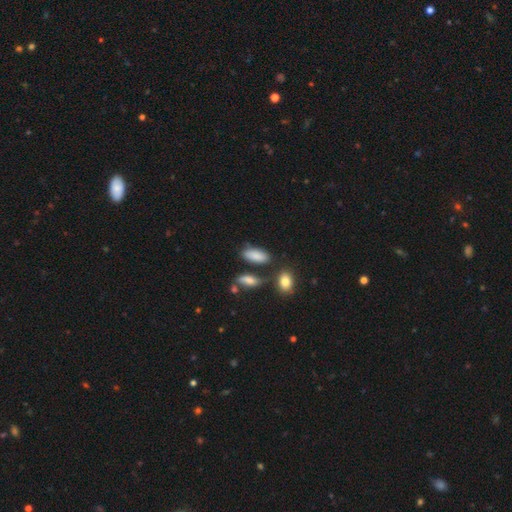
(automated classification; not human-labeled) Smooth or featured? Predicted: smooth (p=0.84). How rounded? Predicted: in between (p=0.81). Merging? Predicted: none (p=0.69).